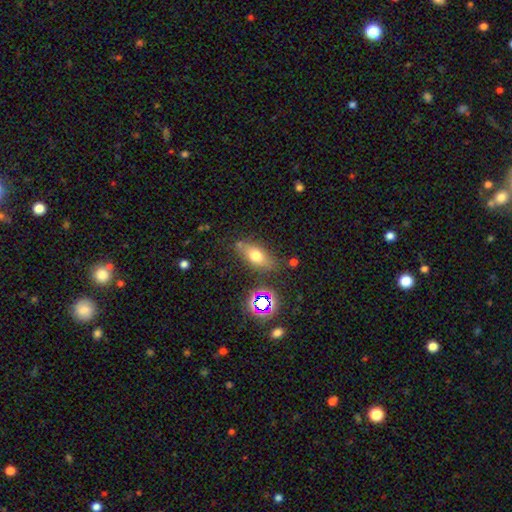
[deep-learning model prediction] Q: Smooth or featured?
A: smooth (65%); runner-up: featured or disk (20%)
Q: How rounded?
A: in between (74%); runner-up: cigar-shaped (15%)
Q: Merging?
A: none (75%); runner-up: minor disturbance (15%)